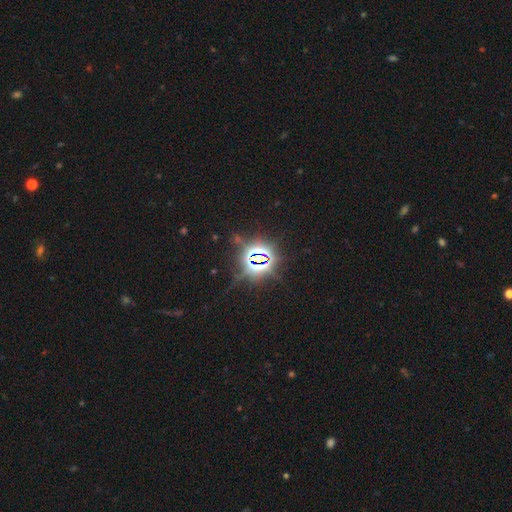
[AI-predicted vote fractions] Smooth or featured: star or artifact — 84% (smooth — 9%)